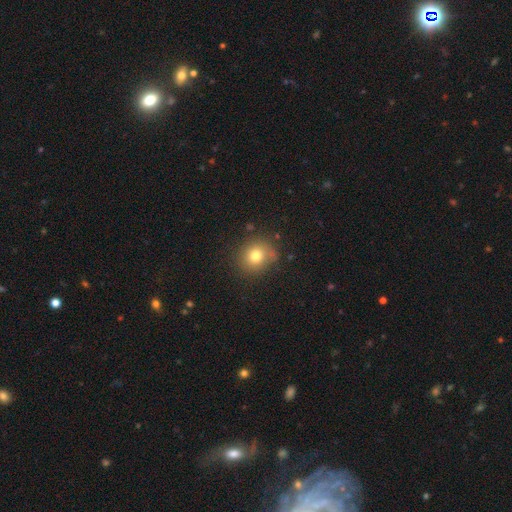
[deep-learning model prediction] Smooth or featured?
  - smooth: 76% *
  - star or artifact: 13%
  - featured or disk: 11%
How rounded?
  - round: 83% *
  - in between: 16%
  - cigar-shaped: 1%
Merging?
  - none: 76% *
  - minor disturbance: 16%
  - major disturbance: 5%
  - merger: 3%